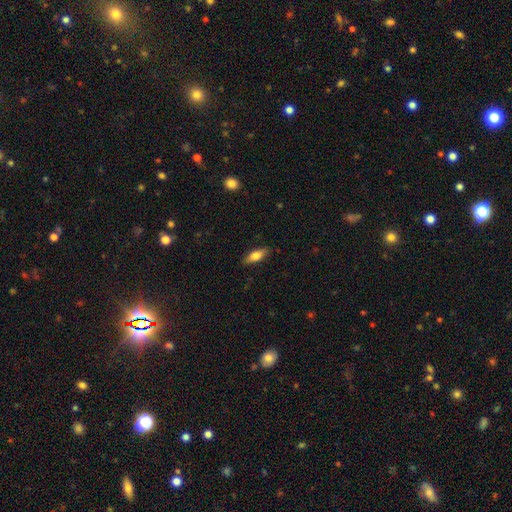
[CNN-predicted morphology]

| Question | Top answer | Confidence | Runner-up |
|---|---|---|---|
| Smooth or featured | smooth | 69% | featured or disk (25%) |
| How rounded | in between | 63% | cigar-shaped (34%) |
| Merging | none | 85% | minor disturbance (11%) |